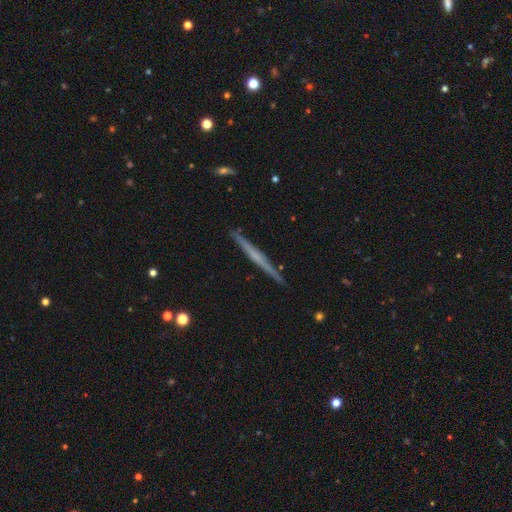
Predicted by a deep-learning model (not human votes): The model was most divided on "smooth or featured": featured or disk: 64%, smooth: 30%, star or artifact: 6%. More confident: edge-on disk — yes (98%); merging — none (91%); edge-on bulge — none (70%).